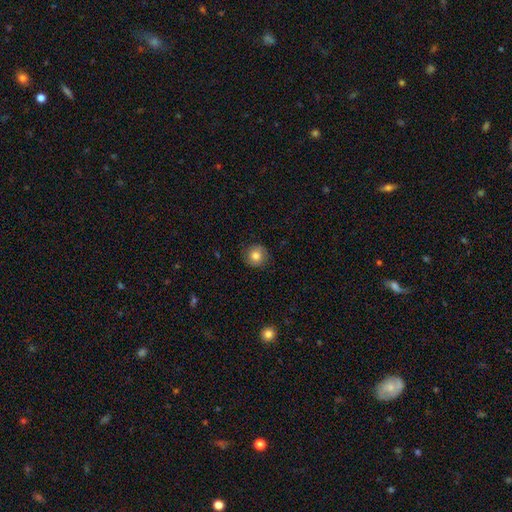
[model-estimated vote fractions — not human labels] A smooth galaxy with no disk features (80%) that is round (92%). Merging: none (86%).